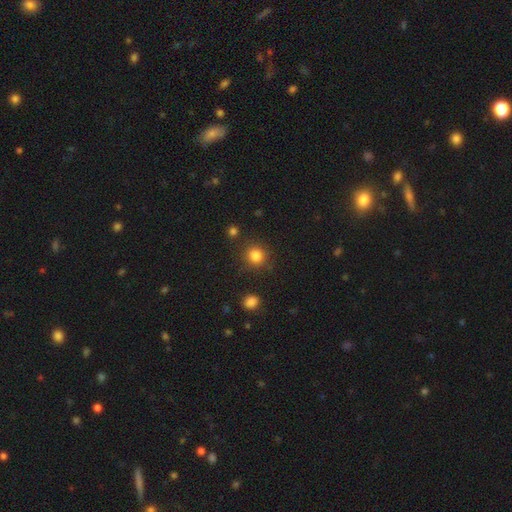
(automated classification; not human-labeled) Smooth or featured?
  - smooth: 83% *
  - star or artifact: 12%
  - featured or disk: 5%
How rounded?
  - round: 89% *
  - in between: 10%
  - cigar-shaped: 1%
Merging?
  - none: 85% *
  - minor disturbance: 8%
  - merger: 4%
  - major disturbance: 3%